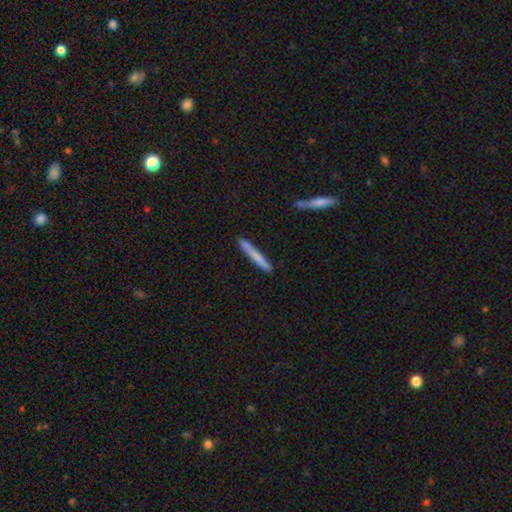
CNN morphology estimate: smooth 68%, featured or disk 26%, star or artifact 6%. Down the decision tree: how rounded — cigar-shaped (96%); merging — none (86%).